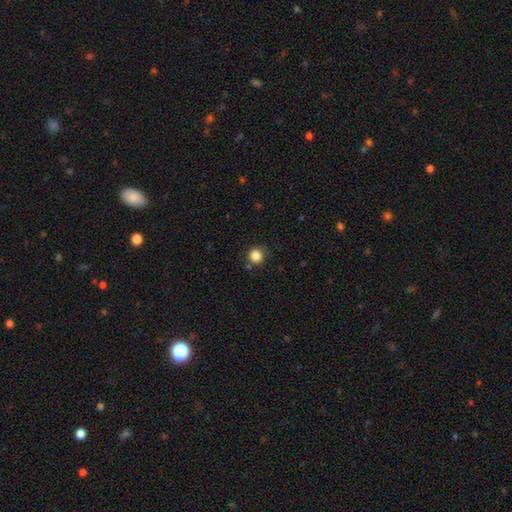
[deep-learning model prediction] A smooth galaxy with no disk features (85%) that is round (93%). Merging: none (84%).